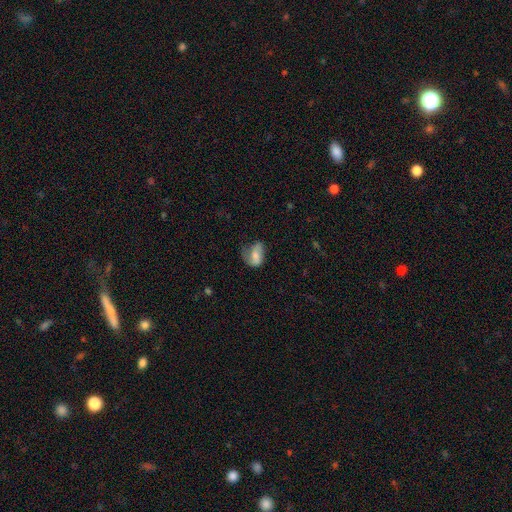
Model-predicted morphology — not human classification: Smooth or featured: smooth — 56% (featured or disk — 35%)
How rounded: in between — 82% (round — 15%)
Merging: none — 33% (tied with major disturbance — 33%)